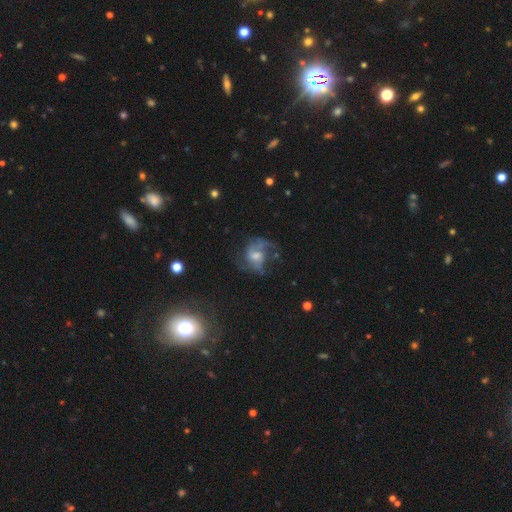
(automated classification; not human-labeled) Overall: featured or disk (75%). Edge-on disk: no (97%). Bar: no (52%; weak 40%). Spiral arms: yes (88%). Spiral arm count: 2 (62%). Spiral winding: medium (45%; loose 43%). Bulge size: moderate (46%; small 32%). Merging: none (51%; major disturbance 27%).